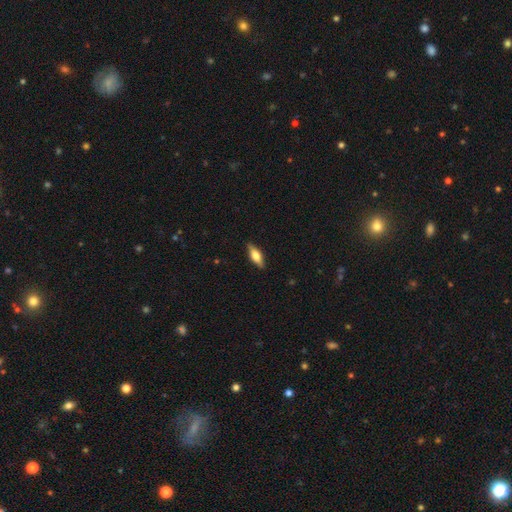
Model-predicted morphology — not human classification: Smooth or featured? Predicted: smooth (p=0.55). How rounded? Predicted: in between (p=0.55). Merging? Predicted: none (p=0.88).